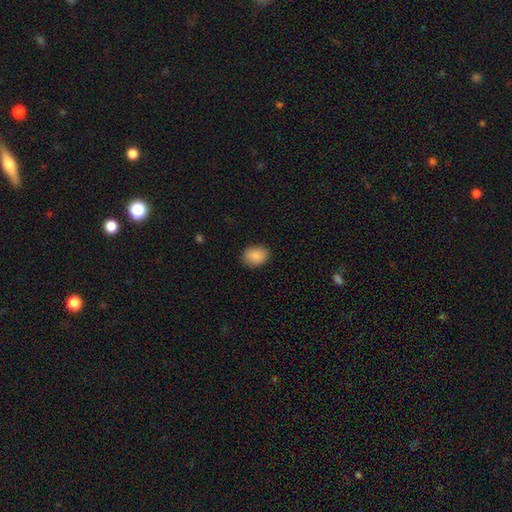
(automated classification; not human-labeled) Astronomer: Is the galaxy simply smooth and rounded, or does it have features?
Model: smooth — 89%.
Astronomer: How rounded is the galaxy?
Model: in between — 68%.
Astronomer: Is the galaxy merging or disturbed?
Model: none — 88%.